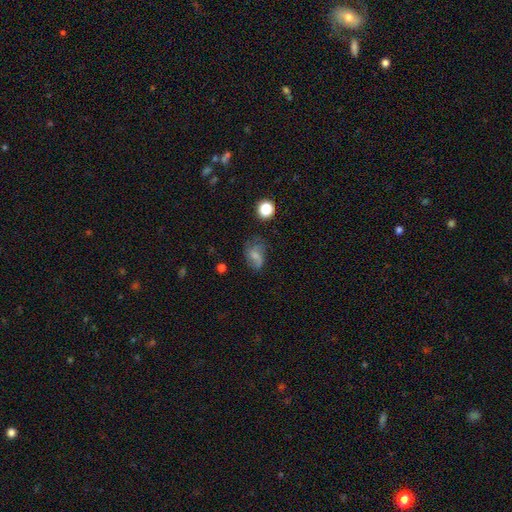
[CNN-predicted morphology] A smooth galaxy with no disk features (50%) that is in between round and cigar-shaped (73%). Merging: none (47%).